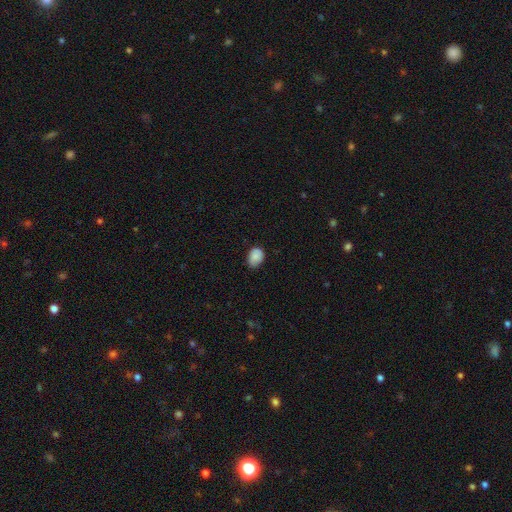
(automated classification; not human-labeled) Smooth or featured: smooth — 87% (star or artifact — 8%)
How rounded: in between — 68% (round — 31%)
Merging: none — 63% (minor disturbance — 31%)